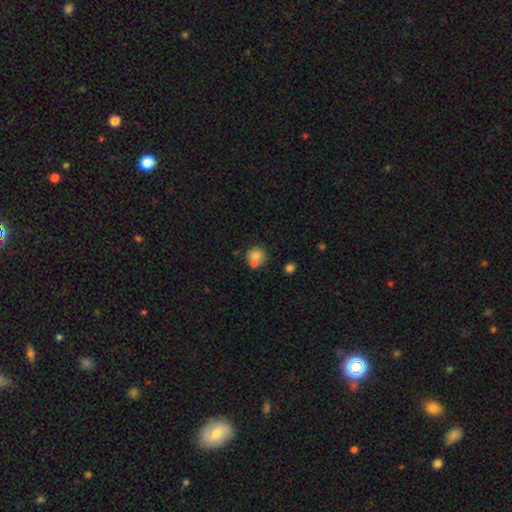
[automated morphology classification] This is likely a smooth galaxy (76%). How rounded: clearly round (88%). Merging: possibly none (55%).